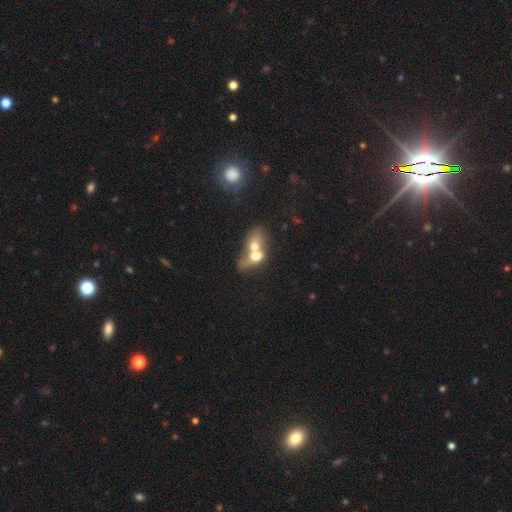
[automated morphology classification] Smooth or featured? Predicted: smooth (p=0.58). How rounded? Predicted: in between (p=0.66). Merging? Predicted: merger (p=0.80).